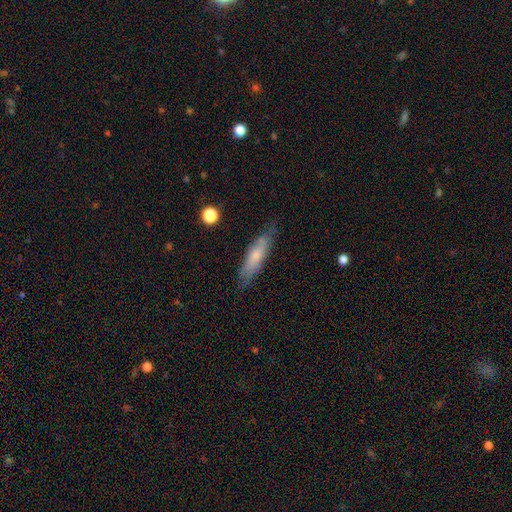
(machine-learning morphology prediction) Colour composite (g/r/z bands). It shows a smooth galaxy with no disk features (62%) that is cigar-shaped (72%). Merging: none (79%).